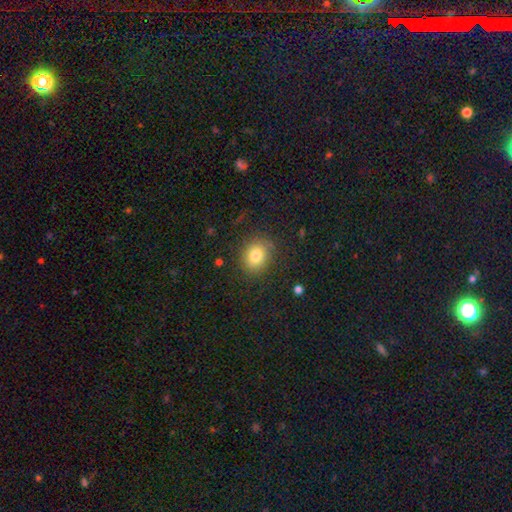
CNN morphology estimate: A smooth galaxy with no disk features (80%) that is round (59%).

Vote fractions:
- Smooth or featured? smooth: 80% / star or artifact: 11% / featured or disk: 9%
- How rounded? round: 59% / in between: 40% / cigar-shaped: 1%
- Merging? none: 82% / minor disturbance: 13% / major disturbance: 4% / merger: 1%